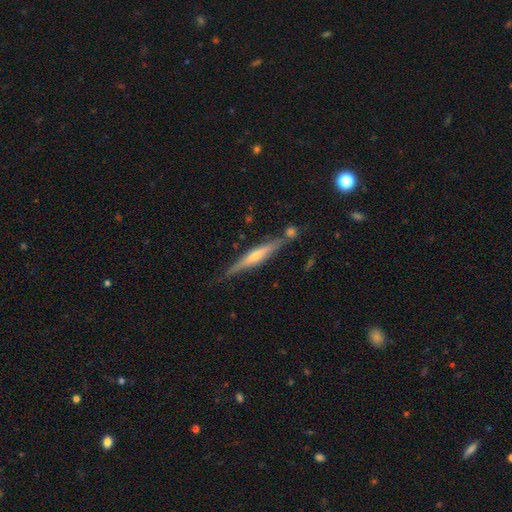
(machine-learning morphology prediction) featured or disk 75%, smooth 19%, star or artifact 6%. Down the decision tree: edge-on disk — yes (97%); edge-on bulge — rounded (74%); merging — none (82%).